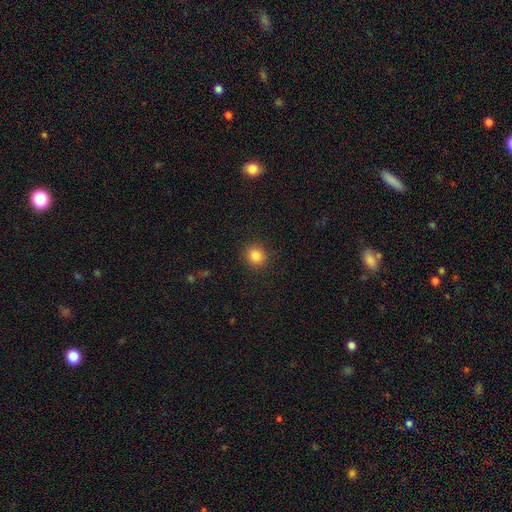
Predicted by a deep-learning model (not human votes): Smooth or featured? Predicted: smooth (p=0.85). How rounded? Predicted: round (p=0.88). Merging? Predicted: none (p=0.90).